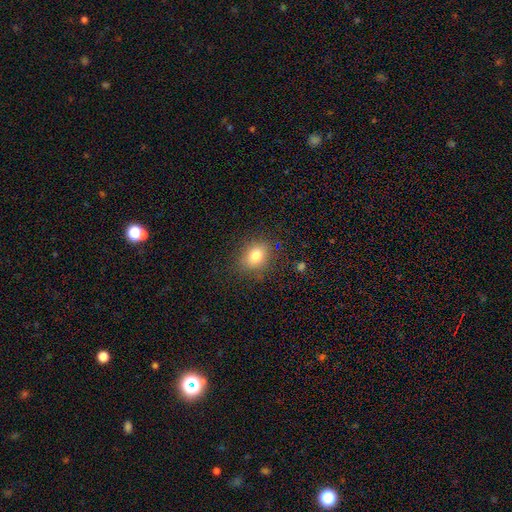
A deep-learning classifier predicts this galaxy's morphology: smooth-or-featured: smooth: 80% | star or artifact: 11% | featured or disk: 9%
  how-rounded: in between: 58% | round: 40% | cigar-shaped: 2%
  merging: none: 82% | minor disturbance: 13% | major disturbance: 4% | merger: 1%